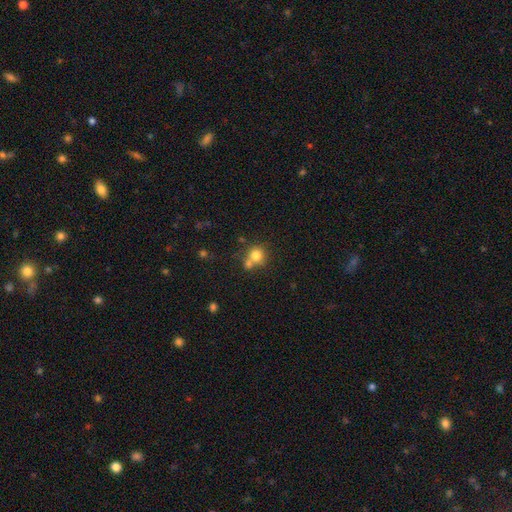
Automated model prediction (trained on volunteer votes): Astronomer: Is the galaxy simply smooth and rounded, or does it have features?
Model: smooth — 78%.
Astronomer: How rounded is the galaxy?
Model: round — 86%.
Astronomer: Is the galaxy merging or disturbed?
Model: none — 52% (runner-up: merger, 34%).